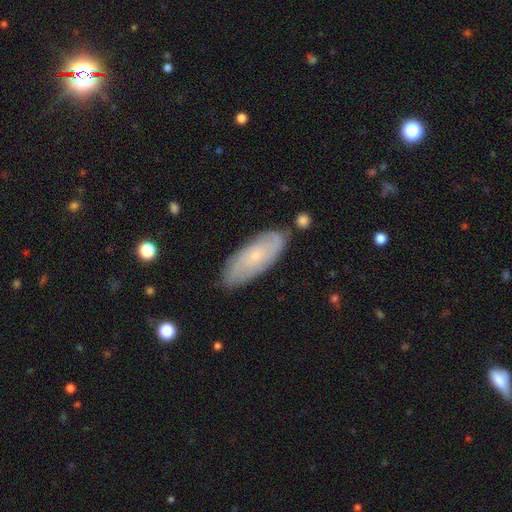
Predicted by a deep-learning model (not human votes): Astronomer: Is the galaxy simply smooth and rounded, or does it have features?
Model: featured or disk — 50% (runner-up: smooth, 43%).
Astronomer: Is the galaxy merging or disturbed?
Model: none — 79%.